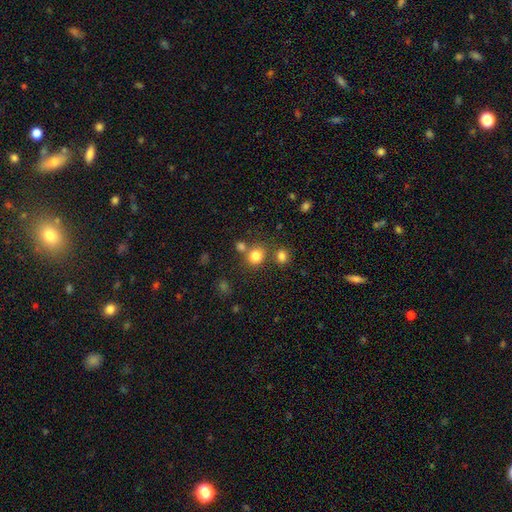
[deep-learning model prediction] This appears to be a smooth galaxy with no disk features (80%) that is round (79%). Merging: none (67%).